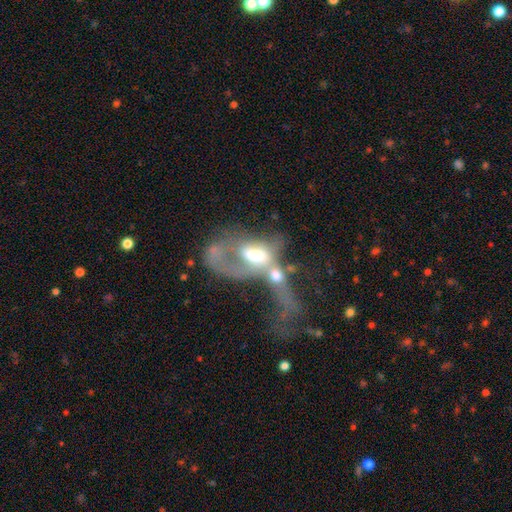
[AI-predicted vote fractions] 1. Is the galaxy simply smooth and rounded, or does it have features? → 53% featured or disk, 37% smooth, 10% star or artifact.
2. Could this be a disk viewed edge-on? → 89% no, 11% yes.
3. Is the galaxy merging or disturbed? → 66% merger, 24% major disturbance, 6% none, 4% minor disturbance.